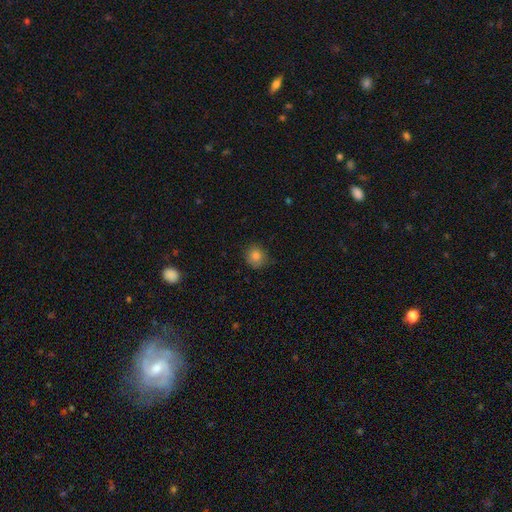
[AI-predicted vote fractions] This appears to be a smooth galaxy with no disk features (82%) that is round (87%). Merging: none (82%).